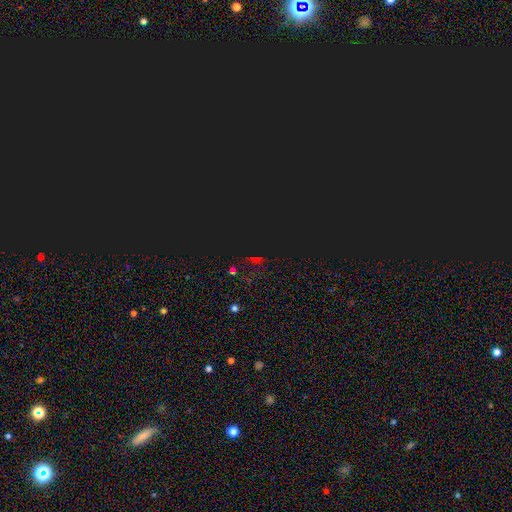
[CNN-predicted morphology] Smooth or featured?
  - star or artifact: 78% *
  - smooth: 14%
  - featured or disk: 7%